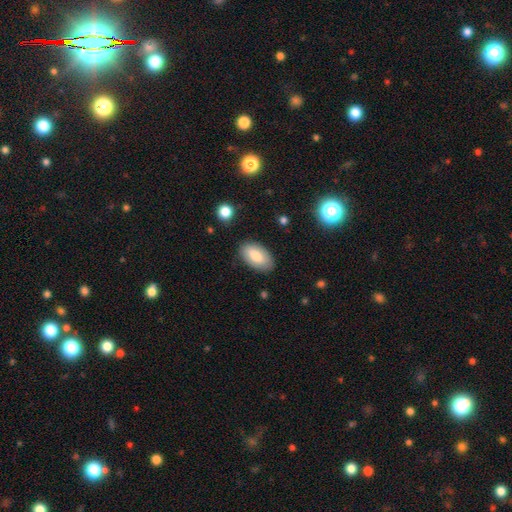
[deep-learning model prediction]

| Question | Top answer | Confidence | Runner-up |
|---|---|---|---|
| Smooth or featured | smooth | 79% | featured or disk (14%) |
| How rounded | in between | 94% | round (3%) |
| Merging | none | 85% | minor disturbance (11%) |